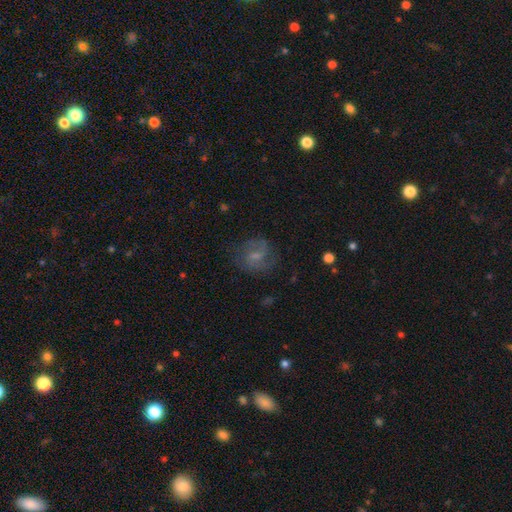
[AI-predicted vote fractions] A featured or disk galaxy (58%) with a weak bar (53%), spiral arms (83%) and a small central bulge (43%). Merging: none (64%).